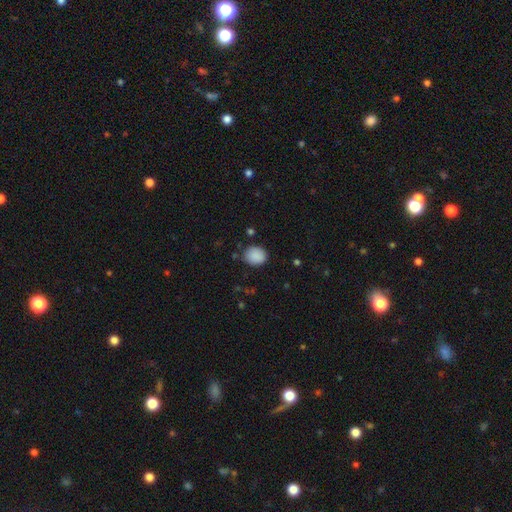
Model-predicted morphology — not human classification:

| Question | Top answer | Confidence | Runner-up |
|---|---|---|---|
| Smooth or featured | smooth | 88% | star or artifact (8%) |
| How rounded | round | 63% | in between (36%) |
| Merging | none | 82% | minor disturbance (13%) |